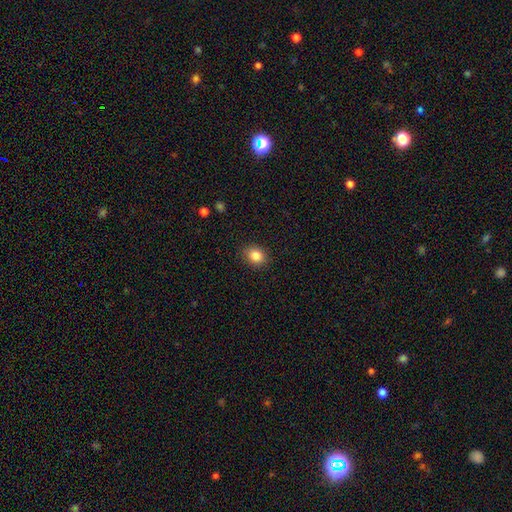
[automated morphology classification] type=smooth (85%); roundness=round (57%); merging=none (88%).